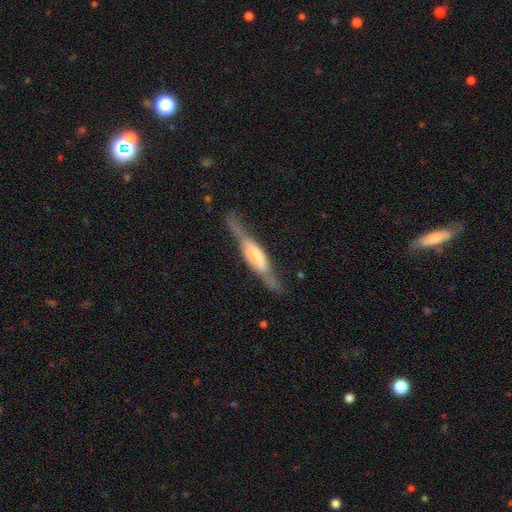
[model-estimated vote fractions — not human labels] A featured or disk galaxy (63%) viewed edge-on (86%) with a boxy central bulge (51%).

Vote fractions:
- Smooth or featured? featured or disk: 63% / smooth: 32% / star or artifact: 6%
- Edge-on disk? yes: 86% / no: 14%
- Edge-on bulge? boxy: 51% / rounded: 36% / none: 13%
- Merging? none: 64% / minor disturbance: 22% / major disturbance: 11% / merger: 3%